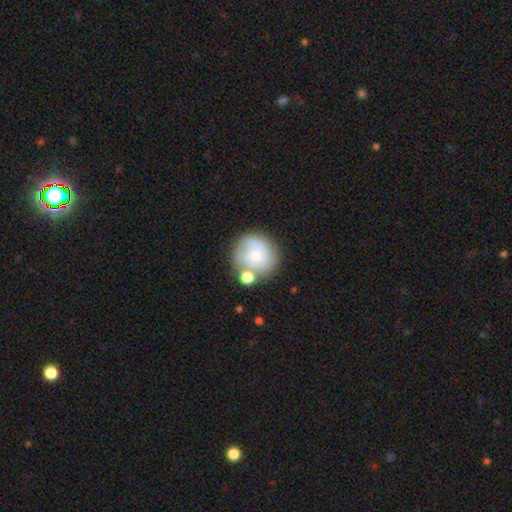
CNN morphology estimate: smooth_or_featured: featured or disk (p=0.52) [alt: smooth p=0.40]
disk_edge_on: no (p=0.98) [alt: yes p=0.02]
bar: no (p=0.77) [alt: weak p=0.19]
has_spiral_arms: yes (p=0.77) [alt: no p=0.23]
bulge_size: small (p=0.52) [alt: moderate p=0.39]
merging: none (p=0.59) [alt: minor disturbance p=0.17]